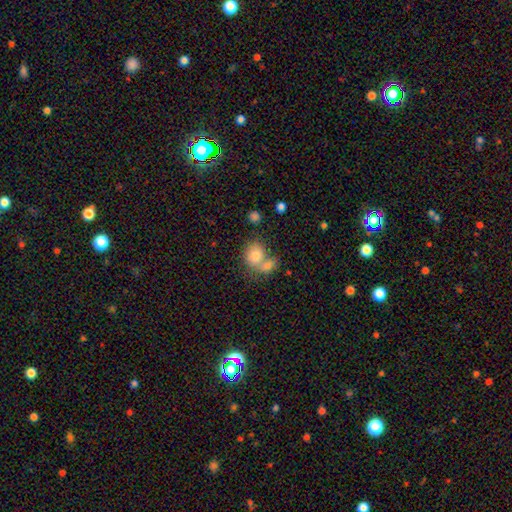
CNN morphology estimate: A smooth galaxy with no disk features (78%) that is round (50%). Merging: merger (56%).